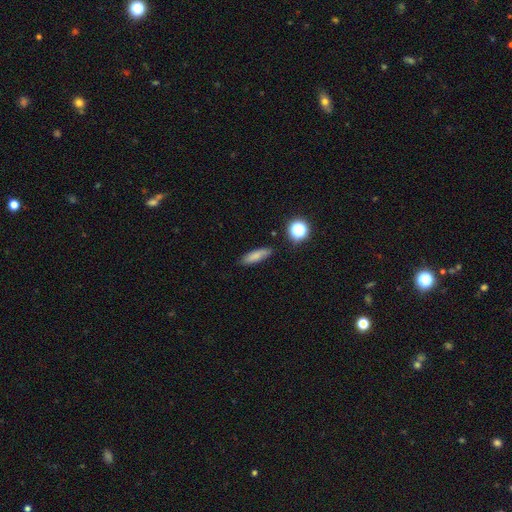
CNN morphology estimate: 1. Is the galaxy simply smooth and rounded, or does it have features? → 77% smooth, 12% featured or disk, 11% star or artifact.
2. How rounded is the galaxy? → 53% cigar-shaped, 43% in between, 4% round.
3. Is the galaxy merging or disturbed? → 82% none, 13% minor disturbance, 3% major disturbance, 2% merger.